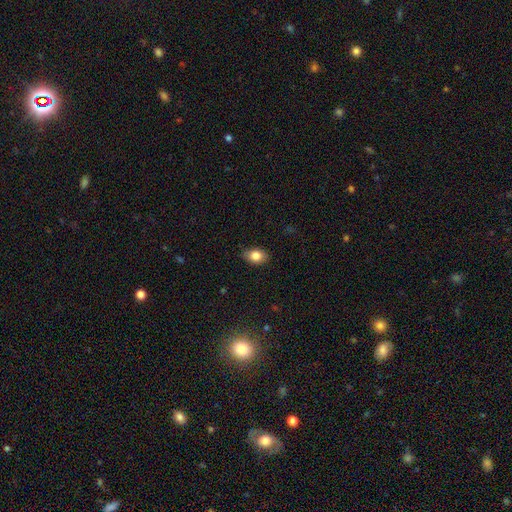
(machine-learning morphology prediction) Smooth or featured? Predicted: smooth (p=0.83). How rounded? Predicted: in between (p=0.79). Merging? Predicted: none (p=0.84).